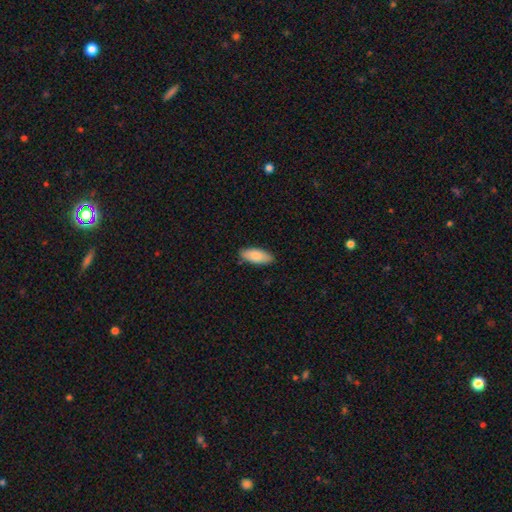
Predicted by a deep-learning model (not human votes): Overall: smooth (86%). How rounded: in between (84%). Merging: none (86%).